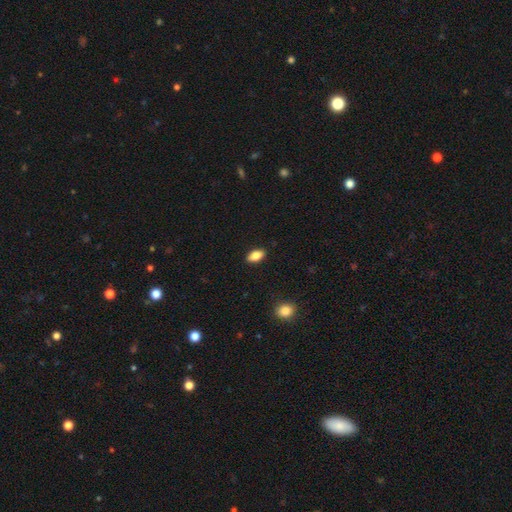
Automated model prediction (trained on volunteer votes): Q: Smooth or featured?
A: smooth (82%); runner-up: featured or disk (11%)
Q: How rounded?
A: in between (90%); runner-up: cigar-shaped (7%)
Q: Merging?
A: none (89%); runner-up: minor disturbance (8%)